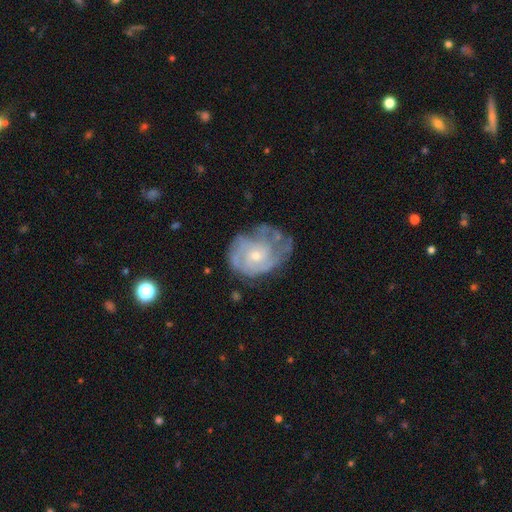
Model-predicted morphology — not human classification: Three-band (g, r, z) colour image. It shows a featured or disk galaxy (75%) with no bar (77%), tight (58%) spiral arms (82%) and a small central bulge (56%). Merging: none (44%).